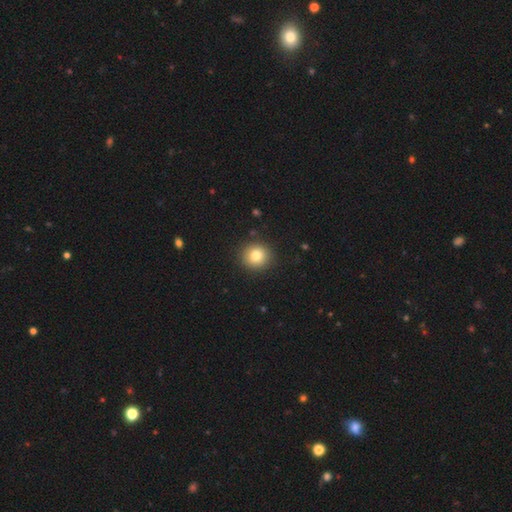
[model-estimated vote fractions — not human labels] Morphology: type=smooth (80%); roundness=round (92%); merging=none (91%).